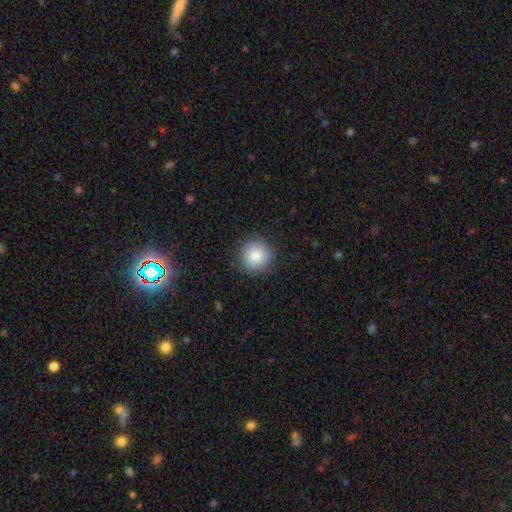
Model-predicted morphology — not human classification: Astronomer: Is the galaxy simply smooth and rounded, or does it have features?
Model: smooth — 85%.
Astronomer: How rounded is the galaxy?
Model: round — 94%.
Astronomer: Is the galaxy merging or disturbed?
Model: none — 88%.